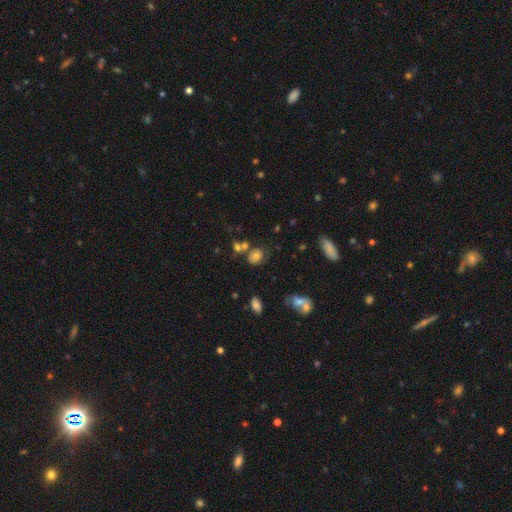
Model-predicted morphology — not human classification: Q: Smooth or featured?
A: smooth (67%); runner-up: featured or disk (17%)
Q: How rounded?
A: in between (57%); runner-up: round (42%)
Q: Merging?
A: none (56%); runner-up: merger (18%)